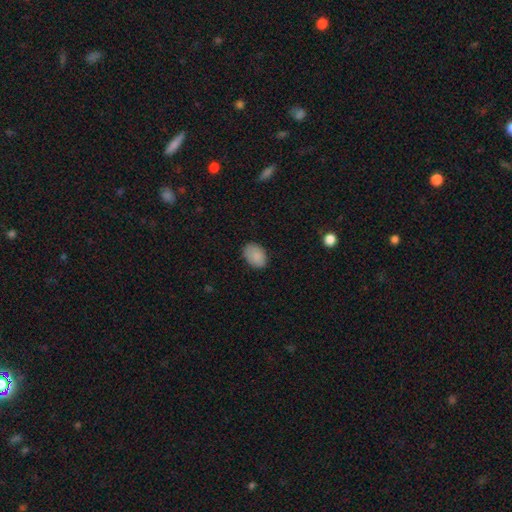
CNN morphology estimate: This appears to be a smooth galaxy with no disk features (87%) that is in between round and cigar-shaped (82%). Merging: none (82%).